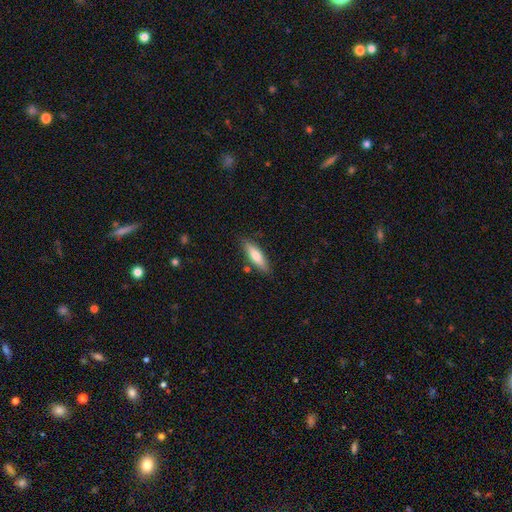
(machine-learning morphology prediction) Overall: smooth (69%). How rounded: cigar-shaped (63%; in between 35%). Merging: none (83%).